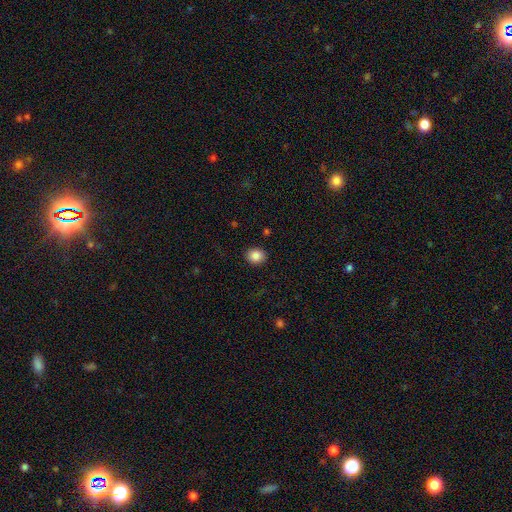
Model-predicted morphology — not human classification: type=smooth (86%); roundness=round (66%); merging=none (90%).